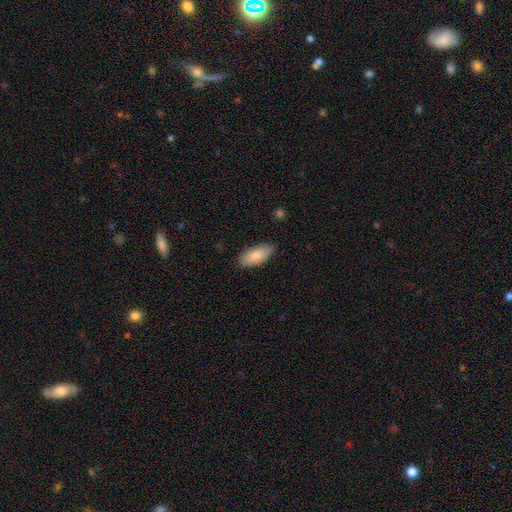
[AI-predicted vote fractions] The model was most divided on "merging": none: 84%, minor disturbance: 12%, major disturbance: 2%, merger: 1%. More confident: how rounded — in between (89%); smooth or featured — smooth (85%).